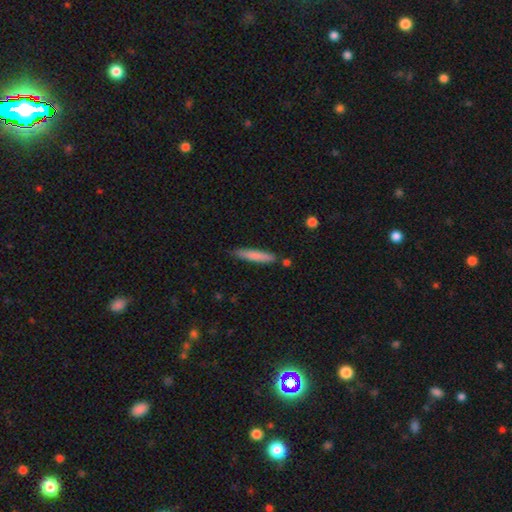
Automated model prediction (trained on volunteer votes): Overall: smooth (78%). How rounded: cigar-shaped (91%). Merging: none (80%).